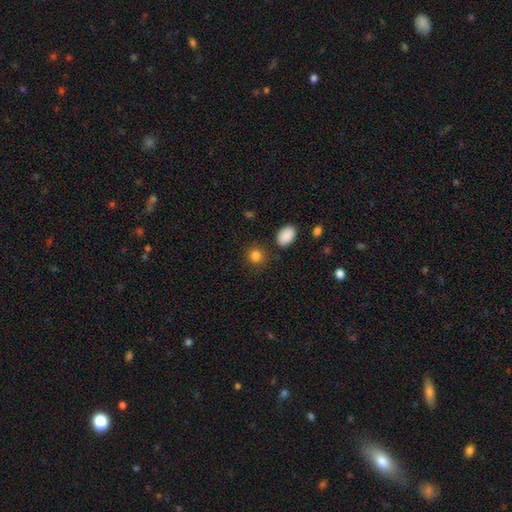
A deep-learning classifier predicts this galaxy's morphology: Smooth or featured? Predicted: smooth (p=0.84). How rounded? Predicted: round (p=0.78). Merging? Predicted: none (p=0.83).